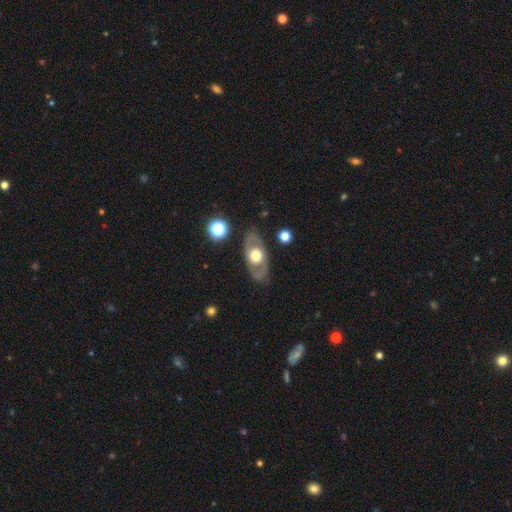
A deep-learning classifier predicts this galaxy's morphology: Overall: featured or disk (59%; smooth 35%). Edge-on disk: no (84%). Merging: none (81%).